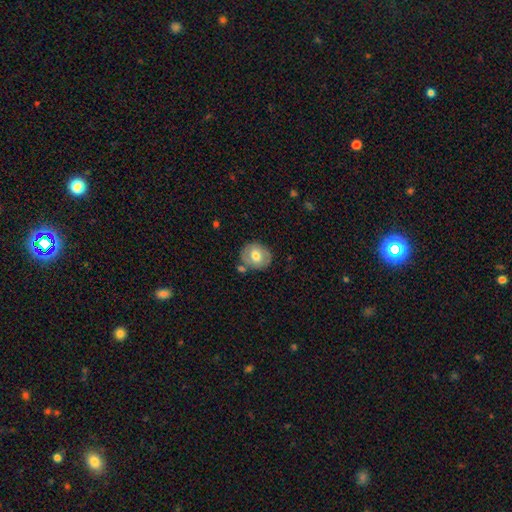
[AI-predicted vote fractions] A smooth galaxy with no disk features (60%) that is round (73%).

Vote fractions:
- Smooth or featured? smooth: 60% / featured or disk: 33% / star or artifact: 7%
- How rounded? round: 73% / in between: 26% / cigar-shaped: 1%
- Merging? none: 71% / minor disturbance: 15% / merger: 9% / major disturbance: 4%